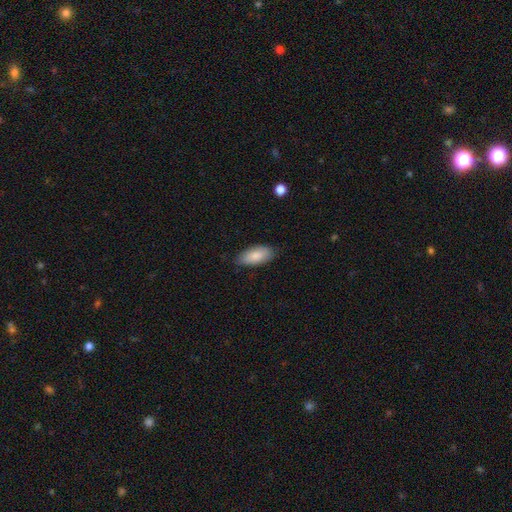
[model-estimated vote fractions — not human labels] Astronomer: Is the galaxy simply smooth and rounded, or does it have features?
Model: smooth — 84%.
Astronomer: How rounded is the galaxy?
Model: in between — 89%.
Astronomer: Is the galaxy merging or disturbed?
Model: none — 80%.